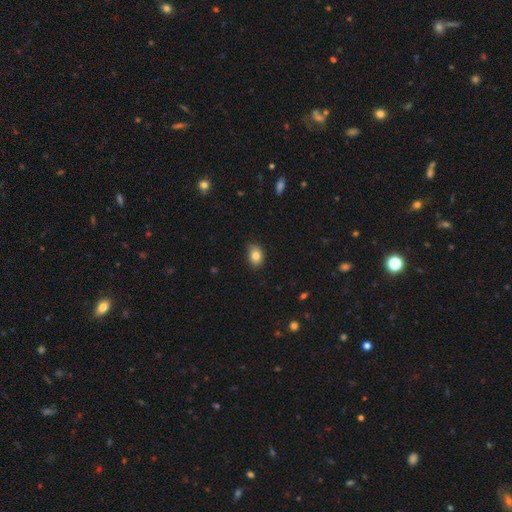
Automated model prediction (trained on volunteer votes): A smooth galaxy with no disk features (82%) that is in between round and cigar-shaped (73%).

Vote fractions:
- Smooth or featured? smooth: 82% / star or artifact: 10% / featured or disk: 8%
- How rounded? in between: 73% / round: 26% / cigar-shaped: 1%
- Merging? none: 75% / minor disturbance: 21% / major disturbance: 3% / merger: 1%